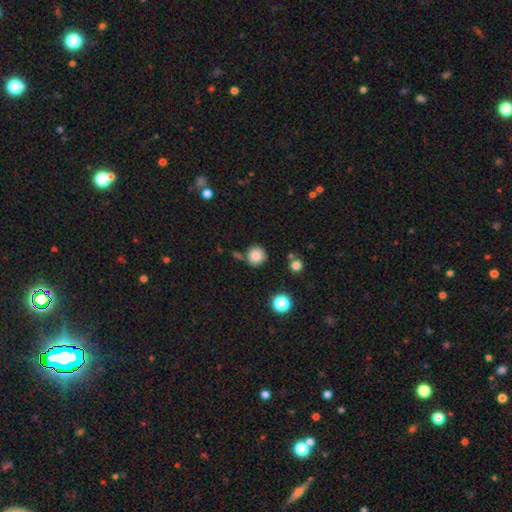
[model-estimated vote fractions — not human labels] Smooth or featured?
  - smooth: 83% *
  - star or artifact: 11%
  - featured or disk: 6%
How rounded?
  - round: 93% *
  - in between: 6%
  - cigar-shaped: 1%
Merging?
  - none: 76% *
  - minor disturbance: 12%
  - merger: 9%
  - major disturbance: 4%